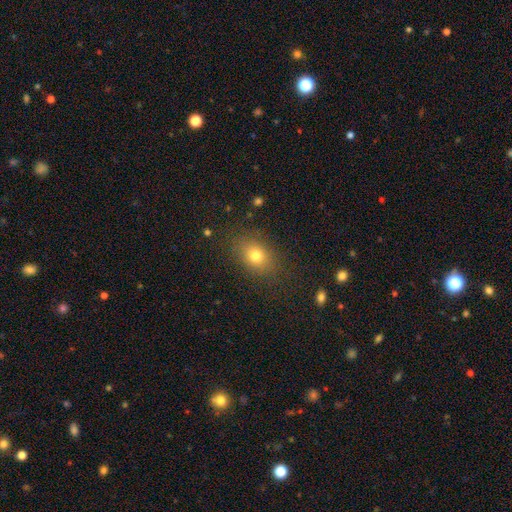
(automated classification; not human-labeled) The model was most divided on "how rounded": in between: 66%, round: 32%, cigar-shaped: 2%. More confident: merging — none (84%); smooth or featured — smooth (76%).